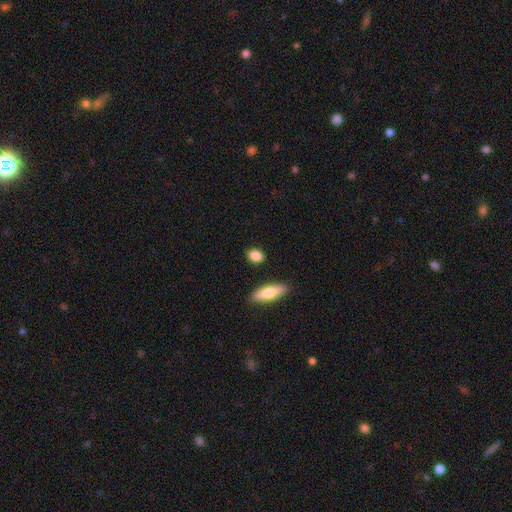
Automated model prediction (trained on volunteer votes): smooth-or-featured: smooth: 85% | featured or disk: 8% | star or artifact: 7%
  how-rounded: in between: 74% | round: 20% | cigar-shaped: 7%
  merging: none: 84% | minor disturbance: 10% | merger: 4% | major disturbance: 2%